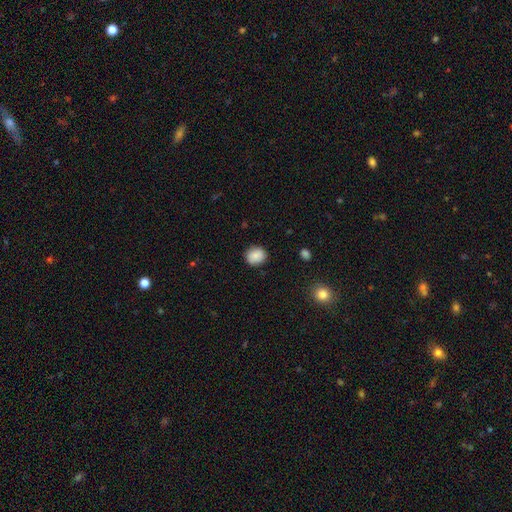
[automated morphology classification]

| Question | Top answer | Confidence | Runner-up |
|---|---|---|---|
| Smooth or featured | smooth | 87% | star or artifact (8%) |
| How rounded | round | 71% | in between (28%) |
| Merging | none | 87% | minor disturbance (10%) |